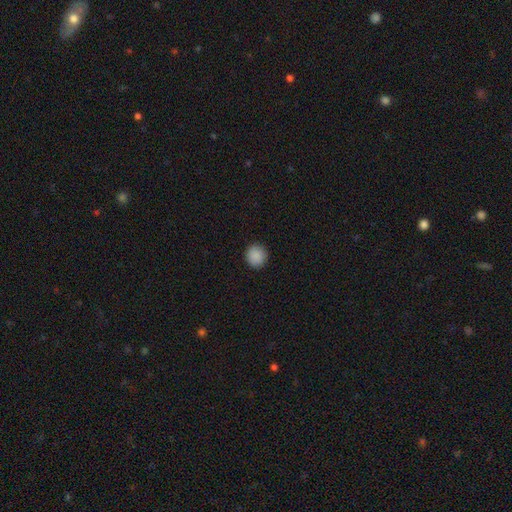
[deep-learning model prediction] Smooth or featured? smooth (89%)
How rounded? round (91%)
Merging? none (92%)